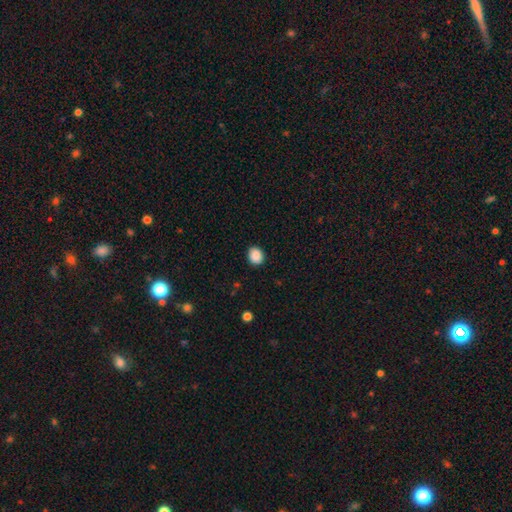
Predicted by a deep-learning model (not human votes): A smooth galaxy with no disk features (88%) that is round (64%). Merging: none (89%).